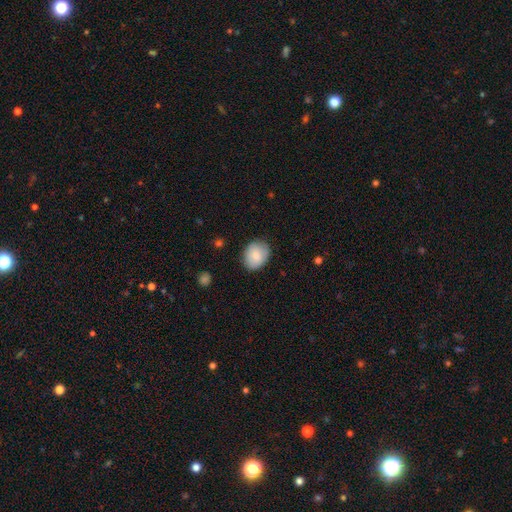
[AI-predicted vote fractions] Q: Smooth or featured?
A: smooth (83%); runner-up: featured or disk (11%)
Q: How rounded?
A: in between (54%); runner-up: round (46%)
Q: Merging?
A: none (83%); runner-up: minor disturbance (13%)